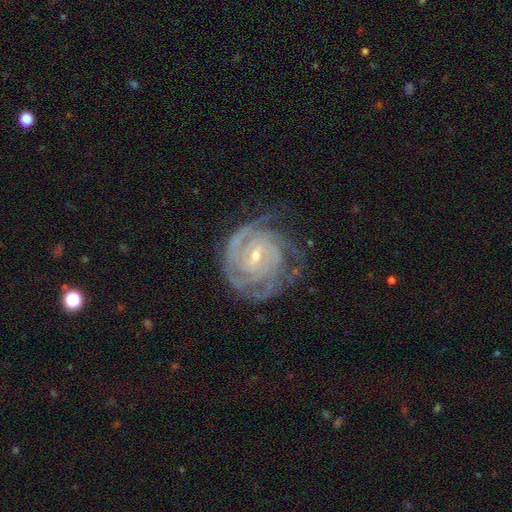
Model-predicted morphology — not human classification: Smooth or featured: featured or disk — 90% (star or artifact — 5%)
Edge-on disk: no — 97% (yes — 3%)
Bar: weak — 48% (no — 33%)
Spiral arms: yes — 98% (no — 2%)
Spiral winding: tight — 75% (medium — 22%)
Spiral arm count: 3 — 27% (4 — 23%)
Bulge size: small — 69% (moderate — 27%)
Merging: none — 66% (minor disturbance — 21%)